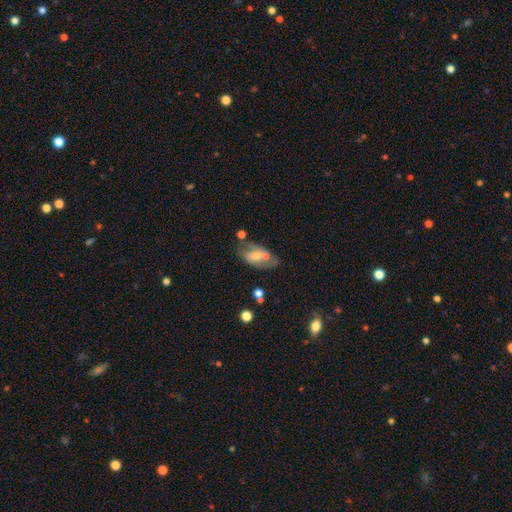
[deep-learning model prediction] Smooth or featured: smooth — 50% (featured or disk — 42%)
How rounded: in between — 89% (round — 6%)
Merging: none — 44% (merger — 23%)